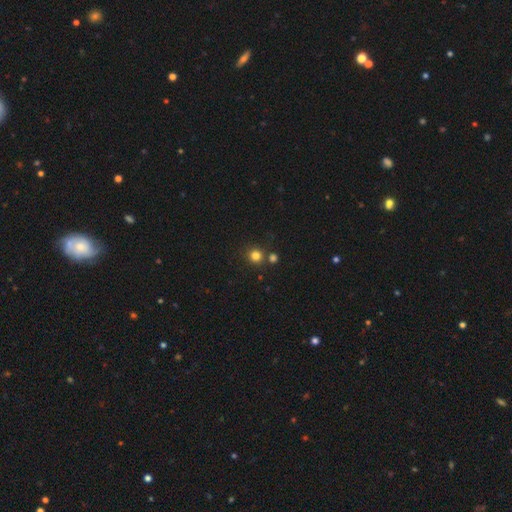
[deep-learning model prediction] A smooth galaxy with no disk features (80%) that is round (91%). Merging: none (77%).